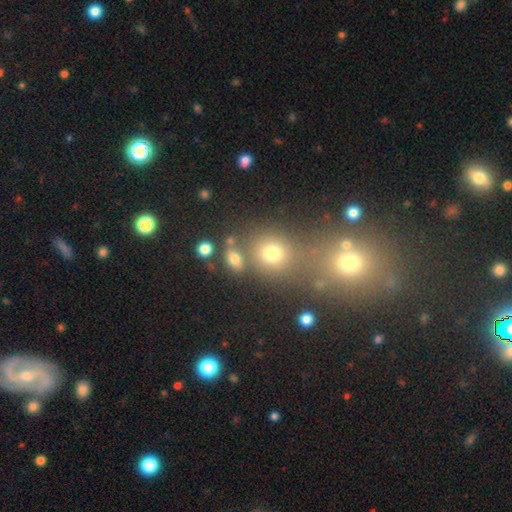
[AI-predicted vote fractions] Smooth or featured? Predicted: smooth (p=0.52). How rounded? Predicted: round (p=0.83). Merging? Predicted: none (p=0.54).